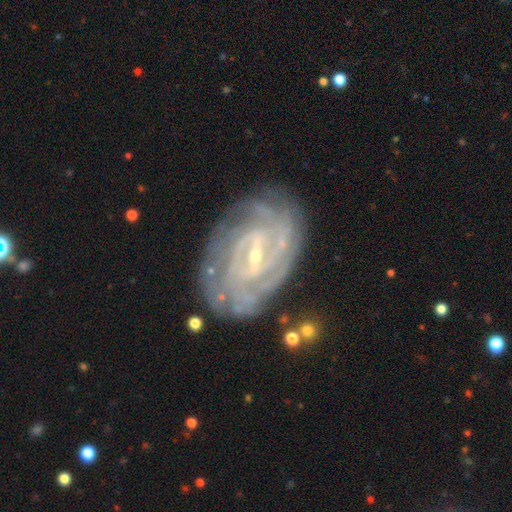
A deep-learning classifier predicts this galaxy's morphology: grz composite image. It shows a featured or disk galaxy (87%) with a weak bar (46%), tight (73%) spiral arms (96%) and a small central bulge (75%). Merging: none (75%).